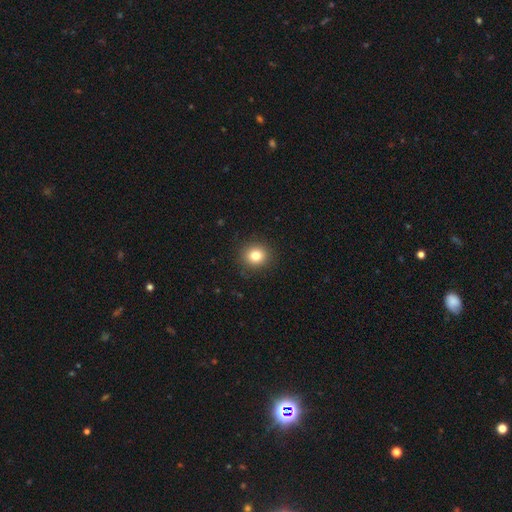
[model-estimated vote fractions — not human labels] The model was most divided on "smooth or featured": smooth: 81%, star or artifact: 12%, featured or disk: 7%. More confident: merging — none (91%); how rounded — round (87%).